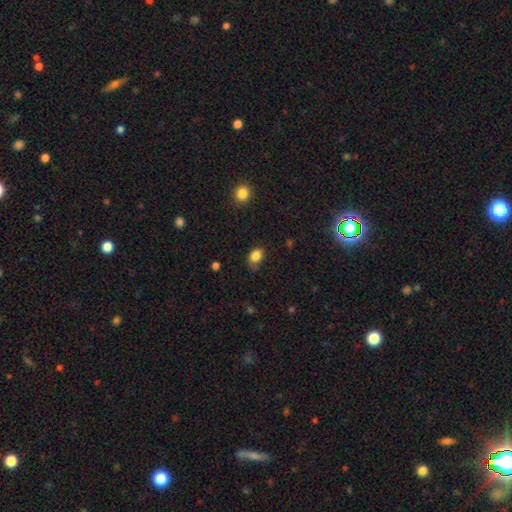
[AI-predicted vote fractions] Smooth or featured?
  - smooth: 85% *
  - star or artifact: 10%
  - featured or disk: 5%
How rounded?
  - in between: 65% *
  - round: 34%
  - cigar-shaped: 1%
Merging?
  - none: 60% *
  - minor disturbance: 31%
  - major disturbance: 8%
  - merger: 2%